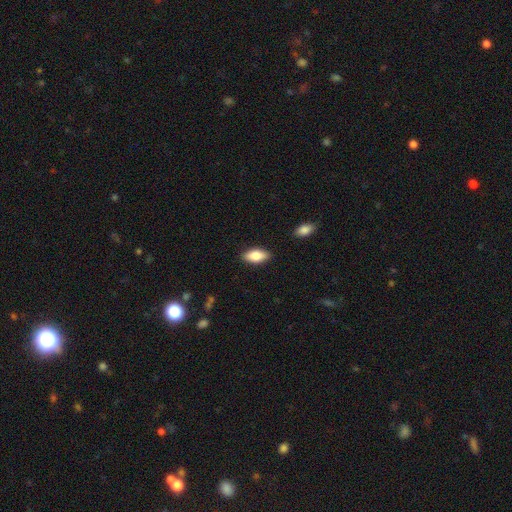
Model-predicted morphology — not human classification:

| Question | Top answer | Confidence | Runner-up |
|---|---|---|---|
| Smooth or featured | smooth | 80% | featured or disk (13%) |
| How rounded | in between | 89% | cigar-shaped (9%) |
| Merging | none | 88% | minor disturbance (9%) |